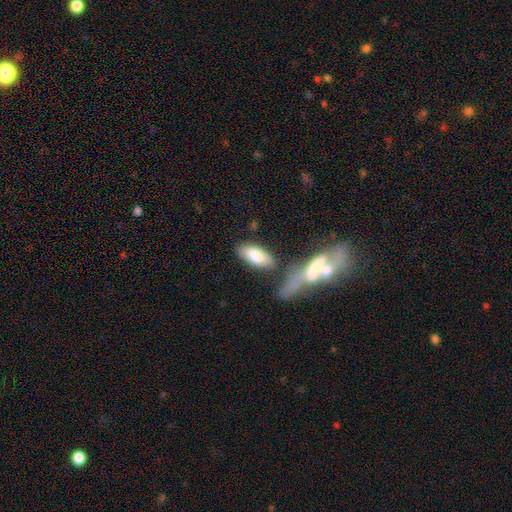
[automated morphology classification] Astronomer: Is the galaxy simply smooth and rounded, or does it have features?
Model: smooth — 79%.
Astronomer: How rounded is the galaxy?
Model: in between — 84%.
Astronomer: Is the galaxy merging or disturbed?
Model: none — 56%.